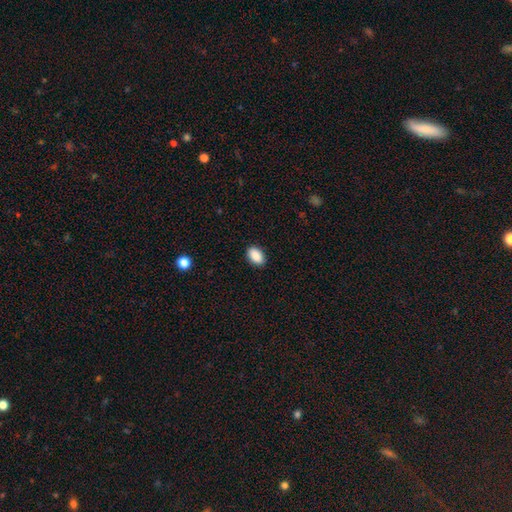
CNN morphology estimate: This is clearly a smooth galaxy (90%). How rounded: clearly in between (90%). Merging: clearly none (89%).